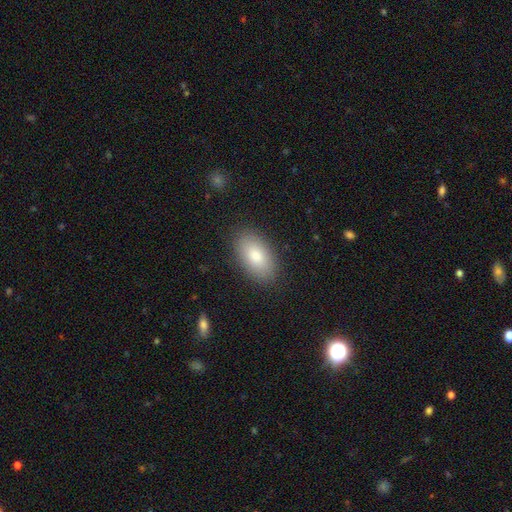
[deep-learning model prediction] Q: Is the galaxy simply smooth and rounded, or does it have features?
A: smooth — 83%.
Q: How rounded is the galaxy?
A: in between — 94%.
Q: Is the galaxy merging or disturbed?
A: none — 87%.